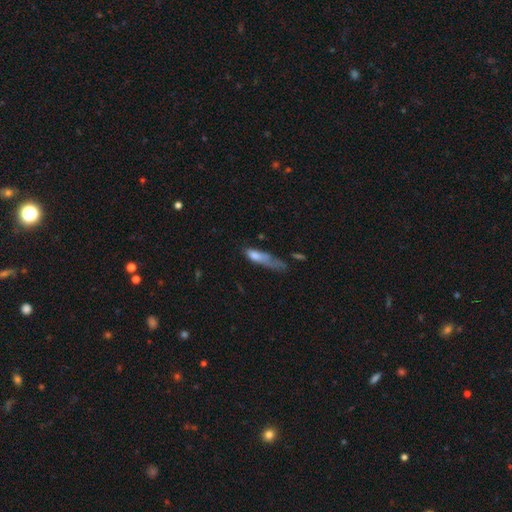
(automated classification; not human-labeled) Smooth or featured? Predicted: smooth (p=0.66). How rounded? Predicted: cigar-shaped (p=0.53). Merging? Predicted: major disturbance (p=0.44).